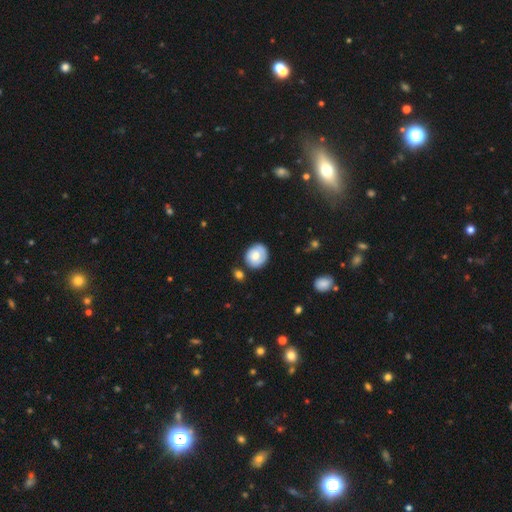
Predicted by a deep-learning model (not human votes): Overall: smooth (65%; featured or disk 28%). How rounded: round (75%). Merging: none (68%).